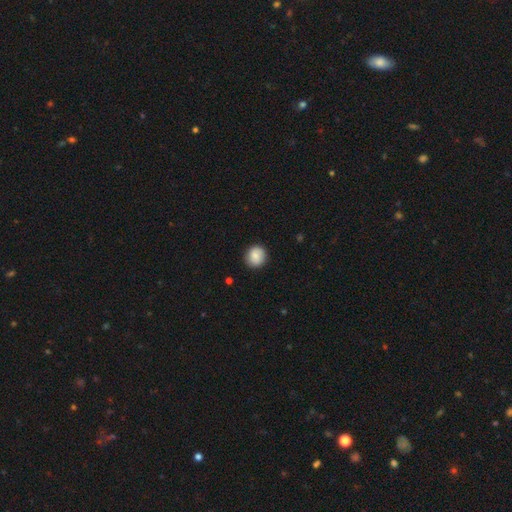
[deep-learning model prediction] Smooth or featured: smooth — 80% (featured or disk — 12%)
How rounded: round — 88% (in between — 11%)
Merging: none — 88% (minor disturbance — 9%)